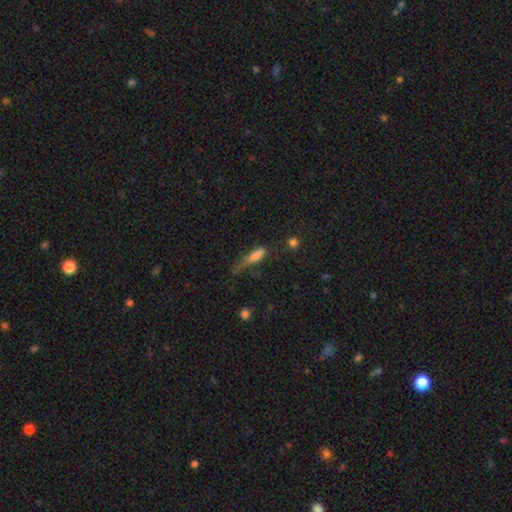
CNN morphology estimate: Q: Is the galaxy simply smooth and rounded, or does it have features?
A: smooth — 72%.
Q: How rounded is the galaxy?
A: cigar-shaped — 60%.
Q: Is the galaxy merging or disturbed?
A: major disturbance — 35%.